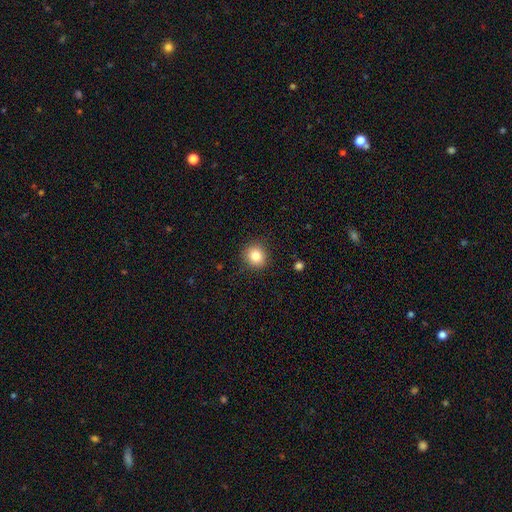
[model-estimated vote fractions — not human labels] This is clearly a smooth galaxy (82%). How rounded: clearly round (85%). Merging: clearly none (89%).